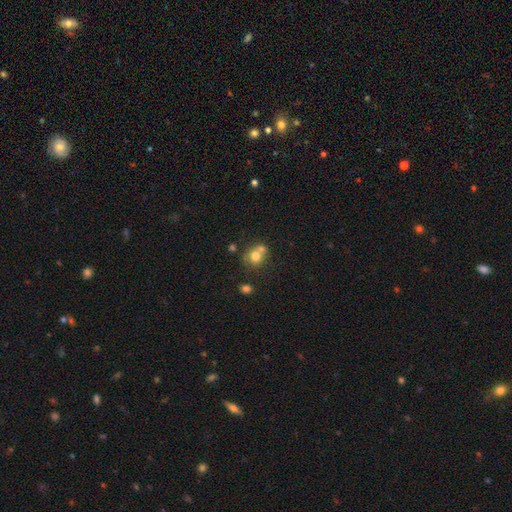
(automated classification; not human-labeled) Smooth or featured: smooth — 72% (featured or disk — 17%)
How rounded: round — 77% (in between — 22%)
Merging: merger — 43% (none — 41%)